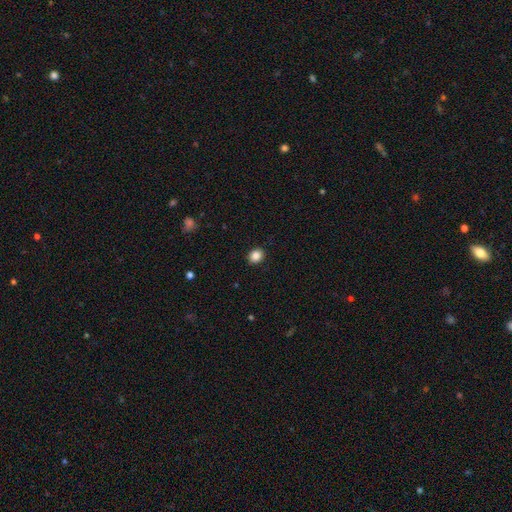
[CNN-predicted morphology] Smooth or featured: smooth — 86% (star or artifact — 10%)
How rounded: round — 66% (in between — 33%)
Merging: none — 90% (minor disturbance — 7%)